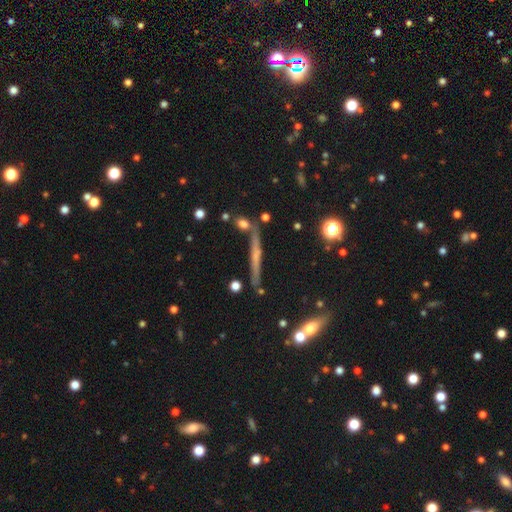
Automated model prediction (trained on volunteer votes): featured or disk 56%, smooth 34%, star or artifact 10%. Down the decision tree: edge-on disk — yes (94%); edge-on bulge — none (58%); merging — none (78%).